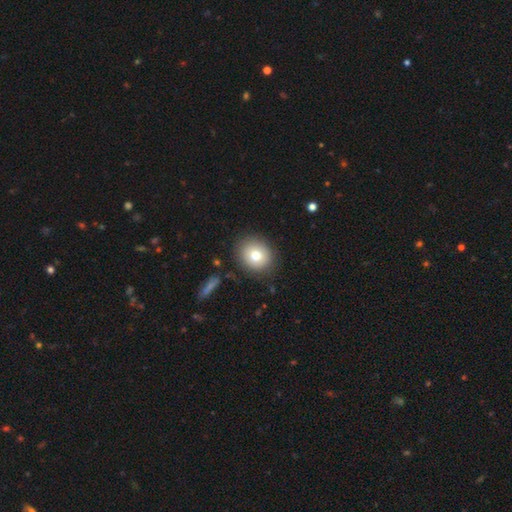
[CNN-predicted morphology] smooth_or_featured: smooth (p=0.76) [alt: featured or disk p=0.14]
how_rounded: round (p=0.78) [alt: in between p=0.21]
merging: none (p=0.85) [alt: minor disturbance p=0.10]